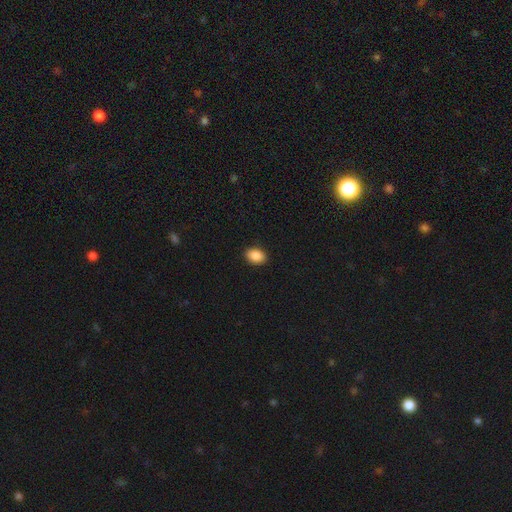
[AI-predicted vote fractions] Q: Smooth or featured?
A: smooth (89%); runner-up: star or artifact (8%)
Q: How rounded?
A: in between (82%); runner-up: round (17%)
Q: Merging?
A: none (90%); runner-up: minor disturbance (7%)